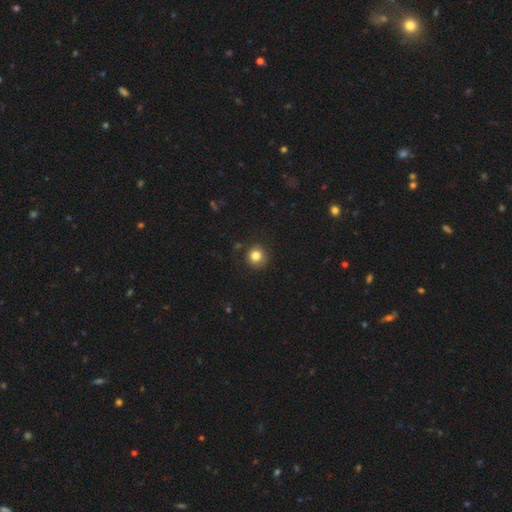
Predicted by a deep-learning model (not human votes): A smooth galaxy with no disk features (82%) that is round (93%).

Vote fractions:
- Smooth or featured? smooth: 82% / star or artifact: 12% / featured or disk: 6%
- How rounded? round: 93% / in between: 6% / cigar-shaped: 1%
- Merging? none: 88% / minor disturbance: 8% / major disturbance: 2% / merger: 2%